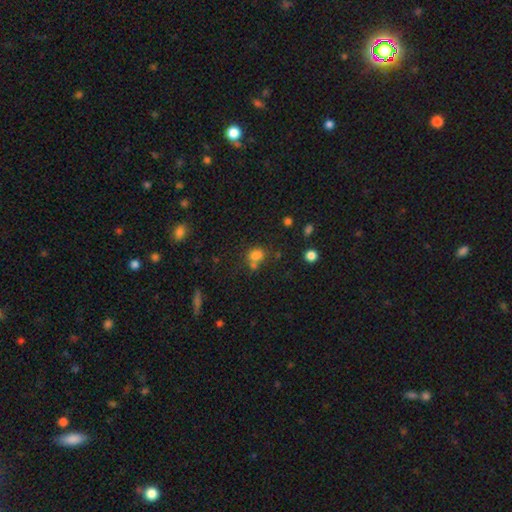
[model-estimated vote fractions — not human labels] Smooth or featured? Predicted: smooth (p=0.75). How rounded? Predicted: round (p=0.59). Merging? Predicted: none (p=0.47).